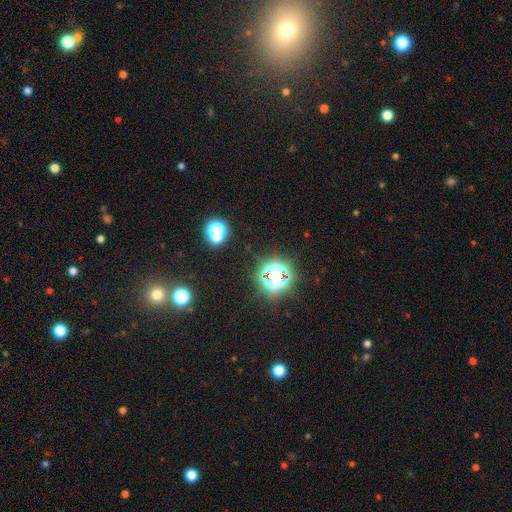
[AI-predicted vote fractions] The model was most divided on "smooth or featured": star or artifact: 79%, smooth: 15%, featured or disk: 6%.